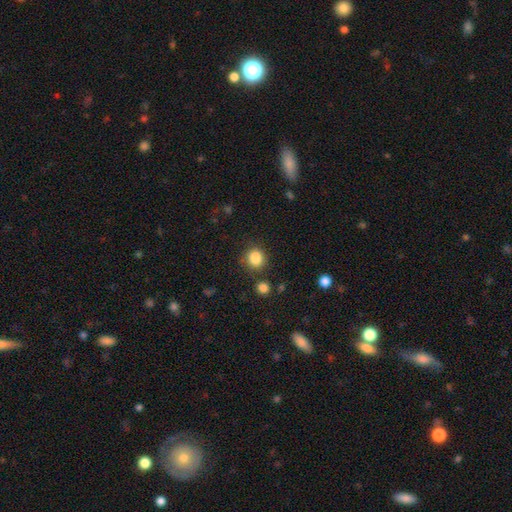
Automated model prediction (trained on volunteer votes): smooth_or_featured: smooth (p=0.86) [alt: star or artifact p=0.10]
how_rounded: round (p=0.83) [alt: in between p=0.16]
merging: none (p=0.81) [alt: minor disturbance p=0.10]